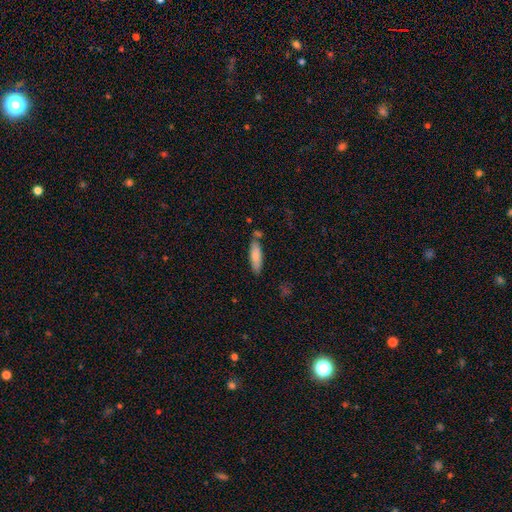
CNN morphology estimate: Smooth or featured: smooth — 82% (featured or disk — 12%)
How rounded: cigar-shaped — 62% (in between — 37%)
Merging: none — 68% (minor disturbance — 17%)